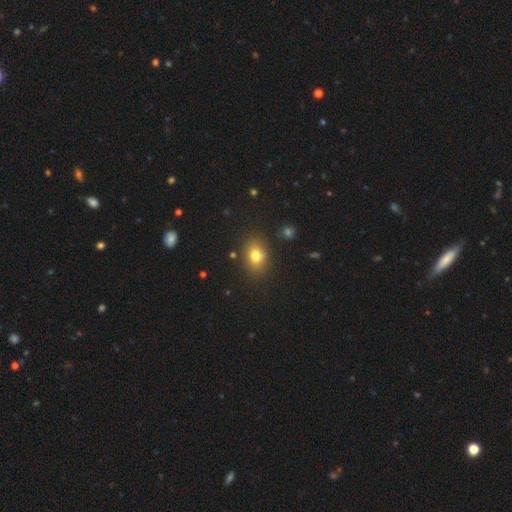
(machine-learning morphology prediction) The model was most divided on "how rounded": in between: 61%, round: 38%, cigar-shaped: 1%. More confident: merging — none (80%); smooth or featured — smooth (76%).